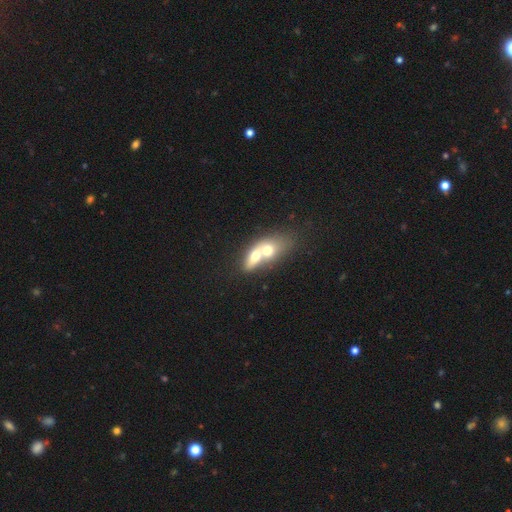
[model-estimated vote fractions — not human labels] The model was most divided on "smooth or featured": smooth: 60%, featured or disk: 32%, star or artifact: 8%. More confident: merging — merger (79%); how rounded — in between (68%).